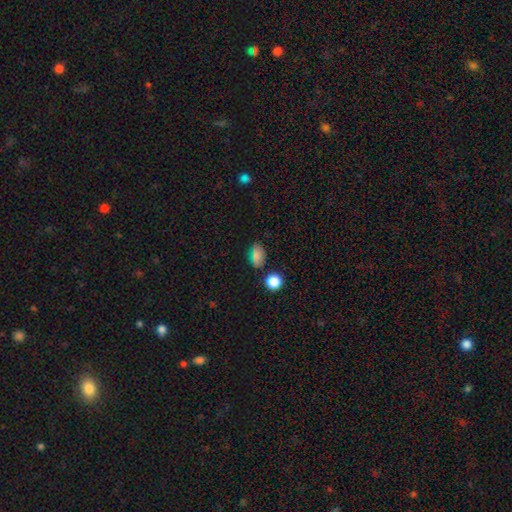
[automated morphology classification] A smooth galaxy with no disk features (70%) that is in between round and cigar-shaped (74%).

Vote fractions:
- Smooth or featured? smooth: 70% / star or artifact: 24% / featured or disk: 7%
- How rounded? in between: 74% / round: 23% / cigar-shaped: 3%
- Merging? none: 79% / minor disturbance: 14% / major disturbance: 4% / merger: 4%